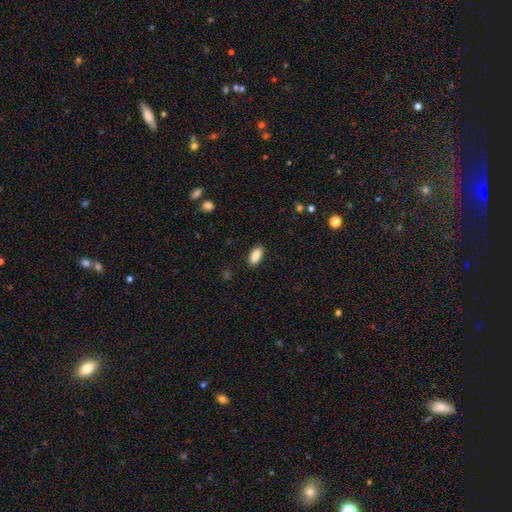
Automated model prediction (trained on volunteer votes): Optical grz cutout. It shows a smooth galaxy with no disk features (88%) that is in between round and cigar-shaped (89%). Merging: none (89%).